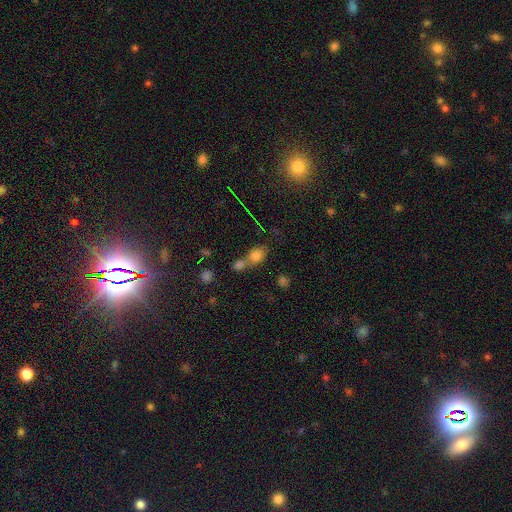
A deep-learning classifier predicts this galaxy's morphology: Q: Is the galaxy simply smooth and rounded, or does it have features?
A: smooth — 74%.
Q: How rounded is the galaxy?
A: in between — 56%.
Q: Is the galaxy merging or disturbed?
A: merger — 50%.